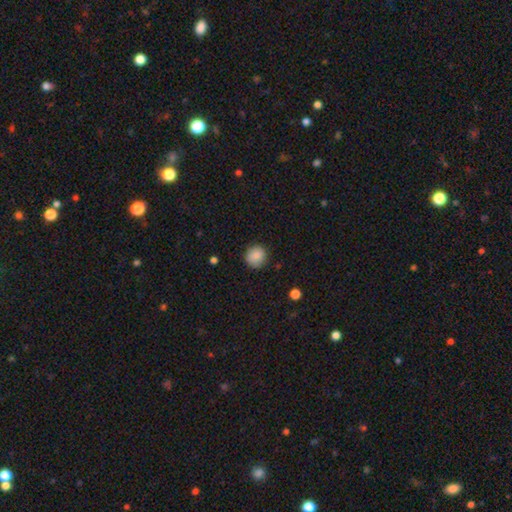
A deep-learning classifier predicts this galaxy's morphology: smooth 87%, star or artifact 9%, featured or disk 4%. Down the decision tree: how rounded — round (89%); merging — none (86%).